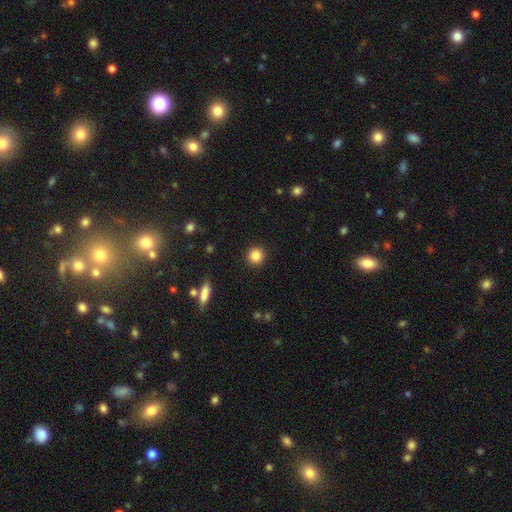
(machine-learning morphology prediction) Smooth or featured: smooth — 85% (star or artifact — 10%)
How rounded: round — 94% (in between — 5%)
Merging: none — 92% (minor disturbance — 5%)